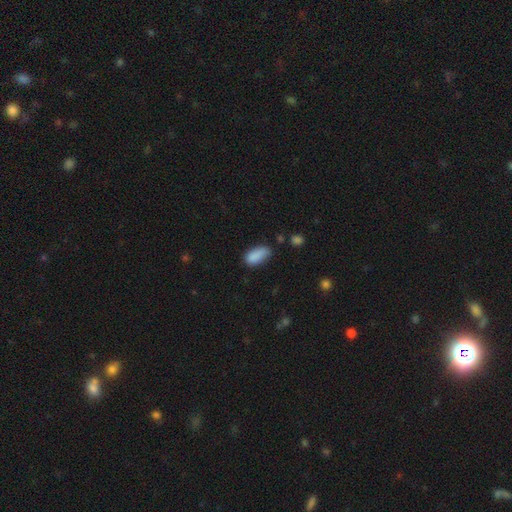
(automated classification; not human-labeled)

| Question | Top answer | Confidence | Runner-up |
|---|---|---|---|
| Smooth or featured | smooth | 87% | star or artifact (8%) |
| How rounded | in between | 89% | cigar-shaped (8%) |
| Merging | none | 56% | minor disturbance (33%) |